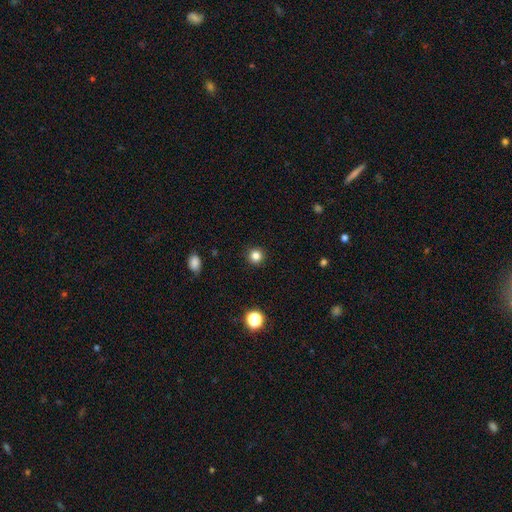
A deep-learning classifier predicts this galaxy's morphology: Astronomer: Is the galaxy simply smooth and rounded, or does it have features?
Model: smooth — 83%.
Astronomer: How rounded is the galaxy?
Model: round — 94%.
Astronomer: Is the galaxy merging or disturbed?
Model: none — 92%.